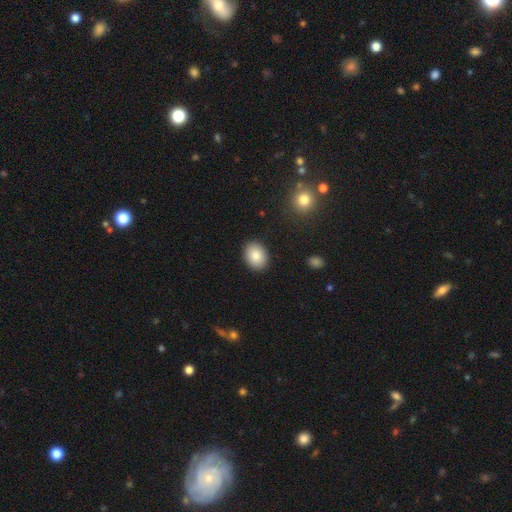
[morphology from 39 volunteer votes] smooth 92%, star or artifact 8%, featured or disk 0%. Down the decision tree: how rounded — in between (61%); merging — none (83%).